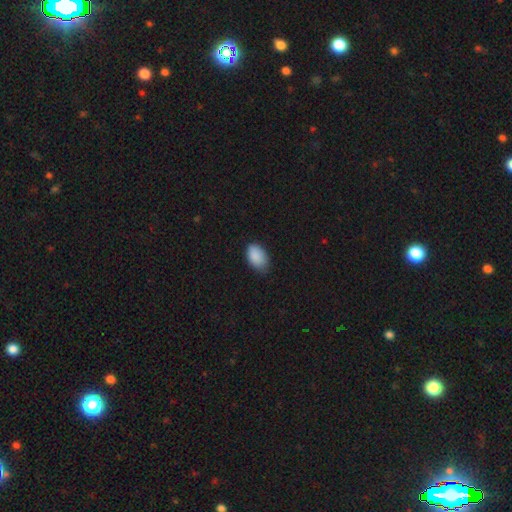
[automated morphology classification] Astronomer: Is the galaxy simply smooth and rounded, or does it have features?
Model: smooth — 89%.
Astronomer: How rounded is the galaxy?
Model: in between — 92%.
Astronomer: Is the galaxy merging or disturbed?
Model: none — 70%.